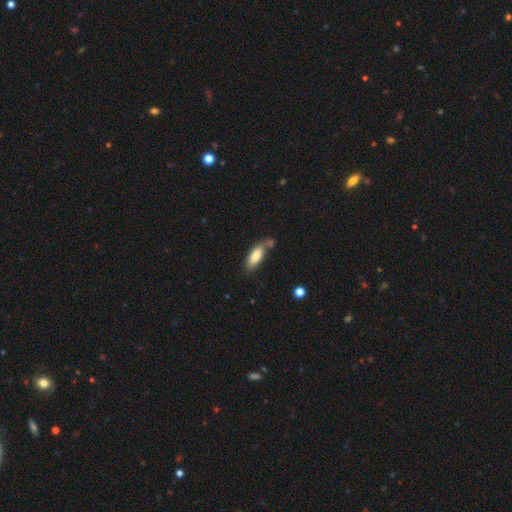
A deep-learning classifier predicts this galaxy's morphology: smooth_or_featured: smooth (p=0.77) [alt: featured or disk p=0.17]
how_rounded: in between (p=0.70) [alt: cigar-shaped p=0.28]
merging: none (p=0.54) [alt: minor disturbance p=0.20]